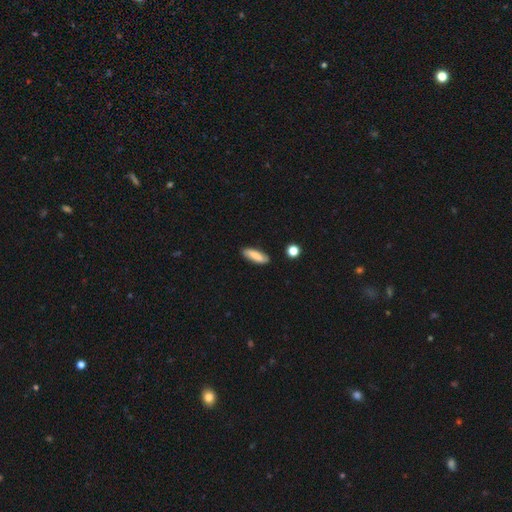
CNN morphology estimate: Smooth or featured?
  - smooth: 81% *
  - featured or disk: 12%
  - star or artifact: 7%
How rounded?
  - cigar-shaped: 55% *
  - in between: 43%
  - round: 2%
Merging?
  - none: 85% *
  - minor disturbance: 11%
  - merger: 2%
  - major disturbance: 2%